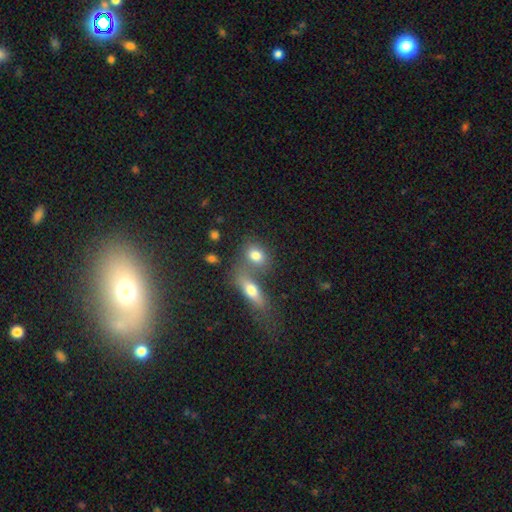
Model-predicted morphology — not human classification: Smooth or featured?
  - smooth: 76% *
  - featured or disk: 13%
  - star or artifact: 11%
How rounded?
  - in between: 61% *
  - round: 34%
  - cigar-shaped: 5%
Merging?
  - none: 45% *
  - merger: 40%
  - minor disturbance: 10%
  - major disturbance: 5%